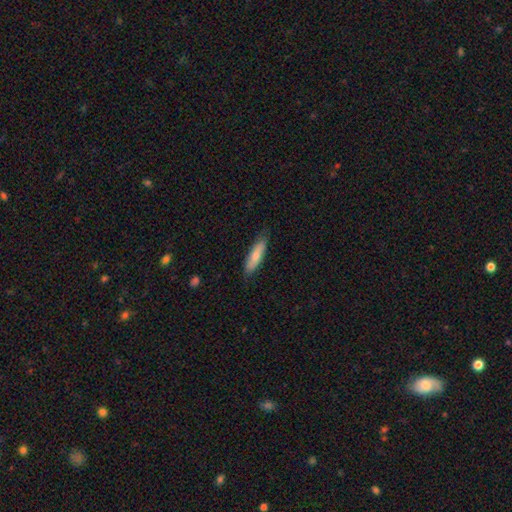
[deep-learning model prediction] smooth 71%, featured or disk 23%, star or artifact 5%. Down the decision tree: how rounded — cigar-shaped (65%); merging — none (81%).